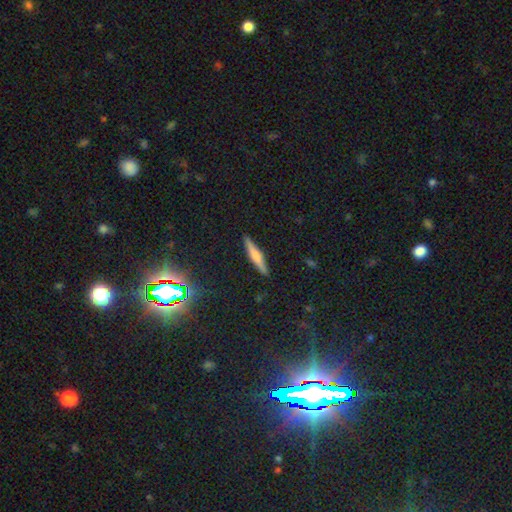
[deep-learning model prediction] Overall: smooth (51%; featured or disk 40%). How rounded: cigar-shaped (88%). Merging: none (91%).